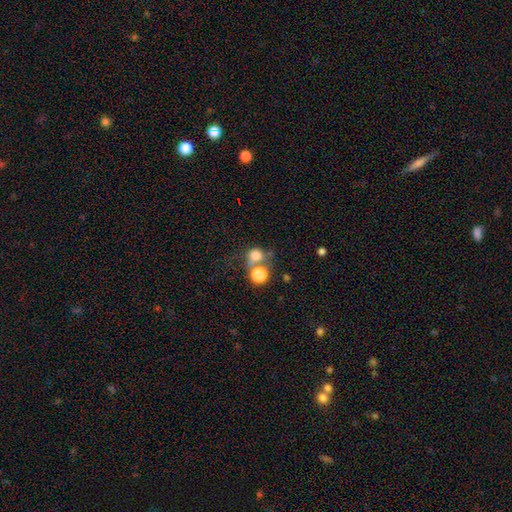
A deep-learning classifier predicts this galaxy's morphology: A smooth galaxy with no disk features (75%) that is round (80%). Merging: none (43%).